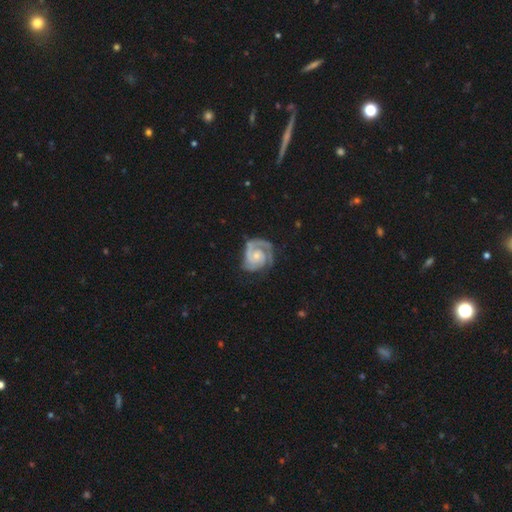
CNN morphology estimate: A featured or disk galaxy (89%) with no bar (72%), 2 (62%) tight (64%) spiral arms (98%) and a small central bulge (58%). Merging: none (66%).